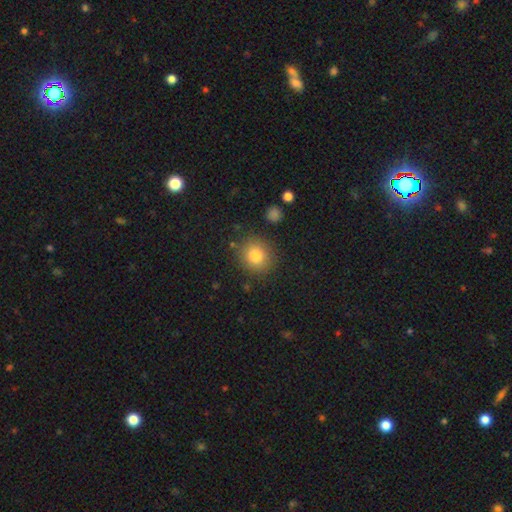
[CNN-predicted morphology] Overall: smooth (81%). How rounded: round (85%). Merging: none (85%).